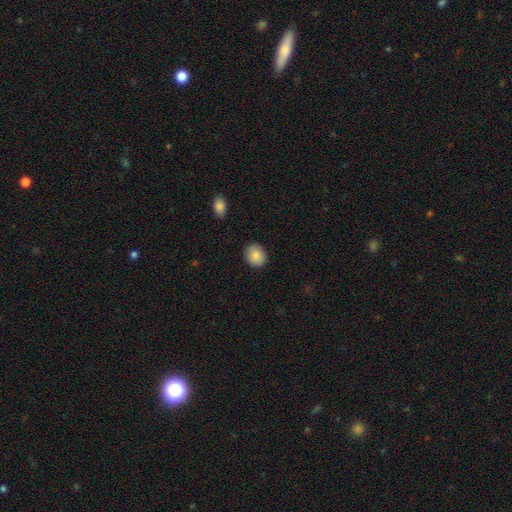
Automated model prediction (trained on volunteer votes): Smooth or featured? smooth (87%)
How rounded? round (66%)
Merging? none (89%)